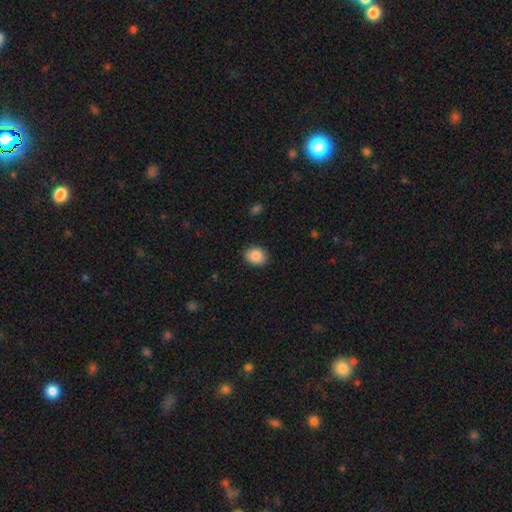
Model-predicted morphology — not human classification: Overall: smooth (87%). How rounded: in between (54%; round 45%). Merging: none (89%).